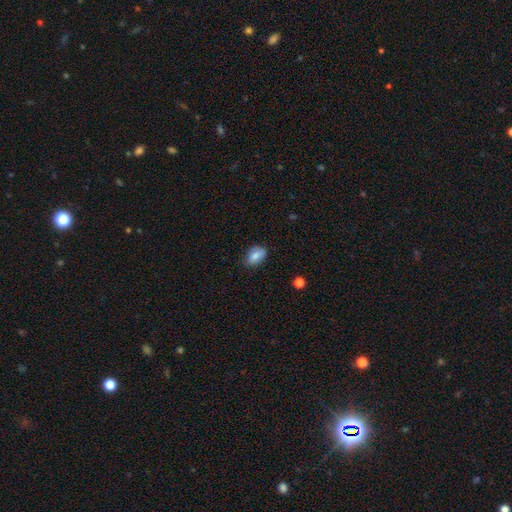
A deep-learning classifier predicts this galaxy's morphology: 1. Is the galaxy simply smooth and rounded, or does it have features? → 81% smooth, 11% featured or disk, 8% star or artifact.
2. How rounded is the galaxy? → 86% in between, 12% round, 2% cigar-shaped.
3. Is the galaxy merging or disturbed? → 76% none, 19% minor disturbance, 3% major disturbance, 1% merger.